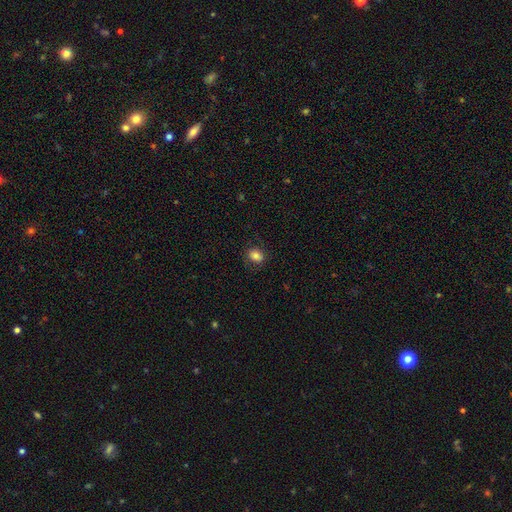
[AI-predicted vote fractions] This appears to be a smooth galaxy with no disk features (82%) that is round (51%). Merging: none (80%).